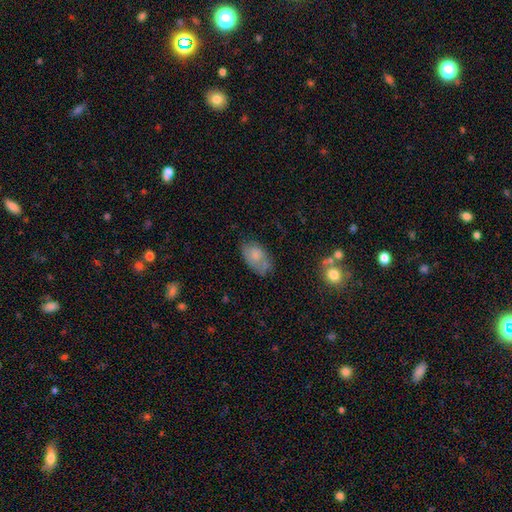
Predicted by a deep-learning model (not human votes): Q: Smooth or featured?
A: smooth (67%); runner-up: featured or disk (25%)
Q: How rounded?
A: in between (91%); runner-up: round (7%)
Q: Merging?
A: none (55%); runner-up: minor disturbance (29%)